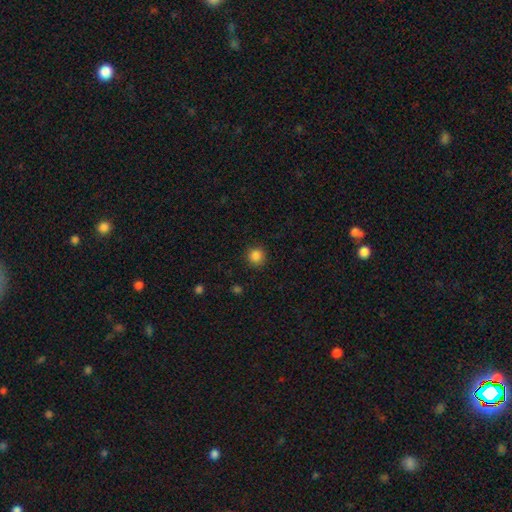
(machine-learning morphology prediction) smooth 86%, star or artifact 11%, featured or disk 3%. Down the decision tree: how rounded — round (92%); merging — none (89%).